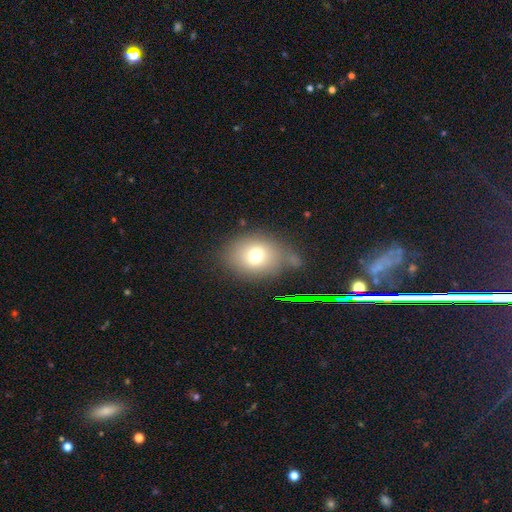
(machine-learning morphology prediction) Smooth or featured? Predicted: smooth (p=0.71). How rounded? Predicted: in between (p=0.53). Merging? Predicted: none (p=0.63).